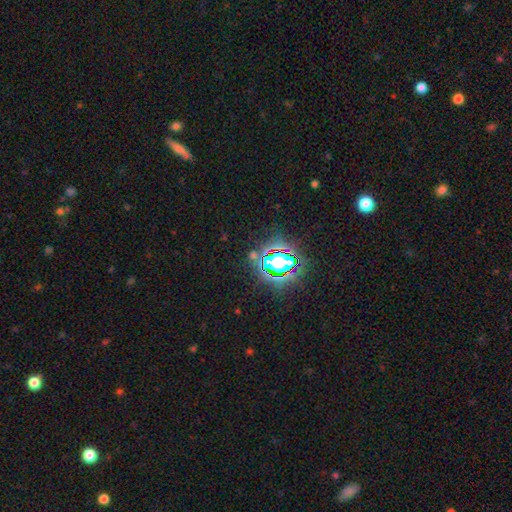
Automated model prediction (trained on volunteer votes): Smooth or featured?
  - star or artifact: 74% *
  - smooth: 17%
  - featured or disk: 9%